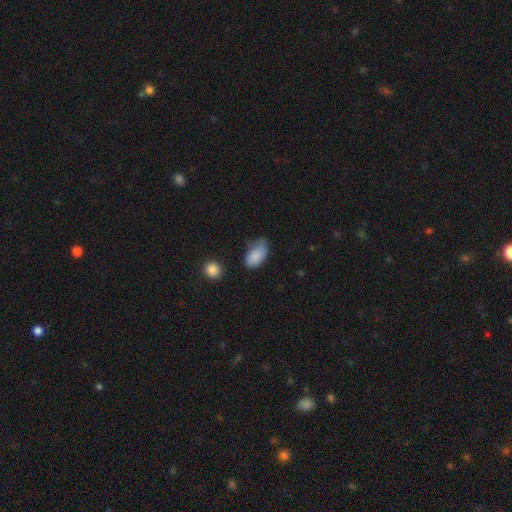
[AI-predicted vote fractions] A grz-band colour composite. It shows a smooth galaxy with no disk features (85%) that is in between round and cigar-shaped (93%). Merging: none (48%).